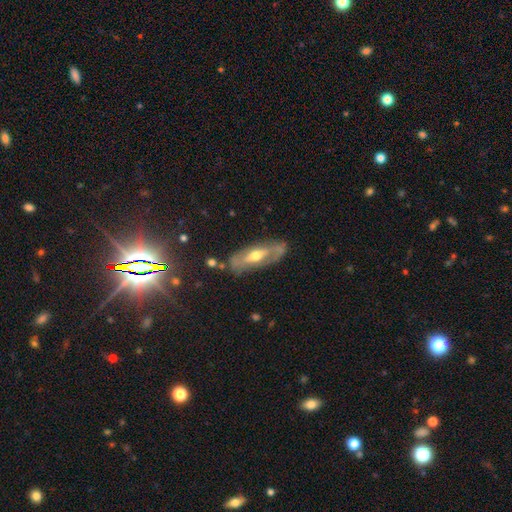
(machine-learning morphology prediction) Smooth or featured? Predicted: featured or disk (p=0.62). Edge-on disk? Predicted: no (p=0.72). Merging? Predicted: none (p=0.70).